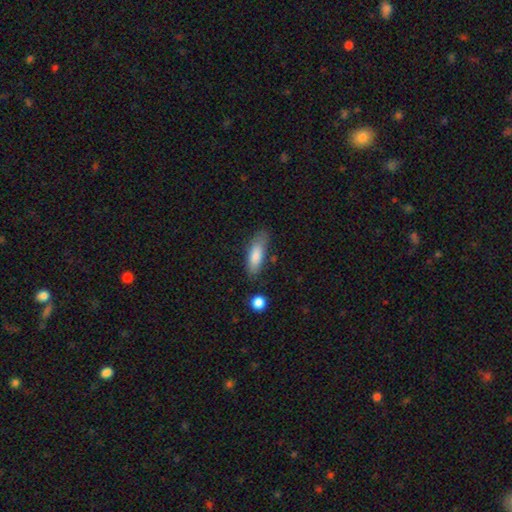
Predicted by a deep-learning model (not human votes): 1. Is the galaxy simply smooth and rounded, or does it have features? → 81% smooth, 13% featured or disk, 6% star or artifact.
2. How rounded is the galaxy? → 54% in between, 44% cigar-shaped, 2% round.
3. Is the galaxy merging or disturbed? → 71% none, 21% minor disturbance, 5% major disturbance, 4% merger.